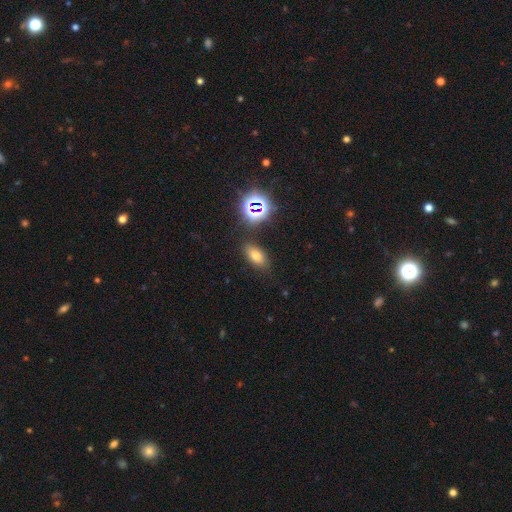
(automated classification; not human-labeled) smooth_or_featured: smooth (p=0.68) [alt: star or artifact p=0.21]
how_rounded: in between (p=0.85) [alt: round p=0.10]
merging: none (p=0.82) [alt: minor disturbance p=0.11]